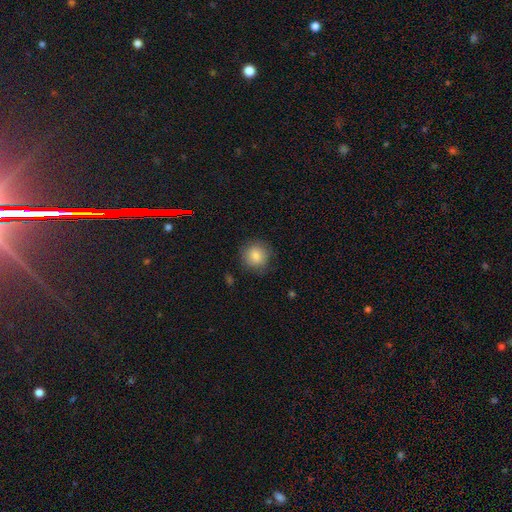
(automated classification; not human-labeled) smooth_or_featured: smooth (p=0.83) [alt: star or artifact p=0.09]
how_rounded: round (p=0.91) [alt: in between p=0.08]
merging: none (p=0.82) [alt: minor disturbance p=0.13]